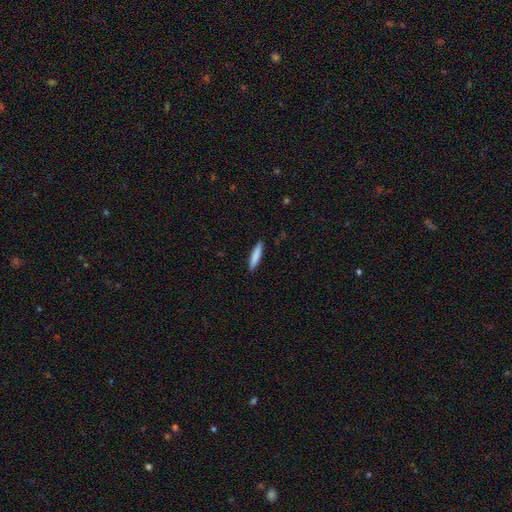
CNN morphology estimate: Smooth or featured?
  - smooth: 84% *
  - featured or disk: 10%
  - star or artifact: 5%
How rounded?
  - cigar-shaped: 88% *
  - in between: 11%
  - round: 1%
Merging?
  - none: 90% *
  - minor disturbance: 7%
  - major disturbance: 2%
  - merger: 1%